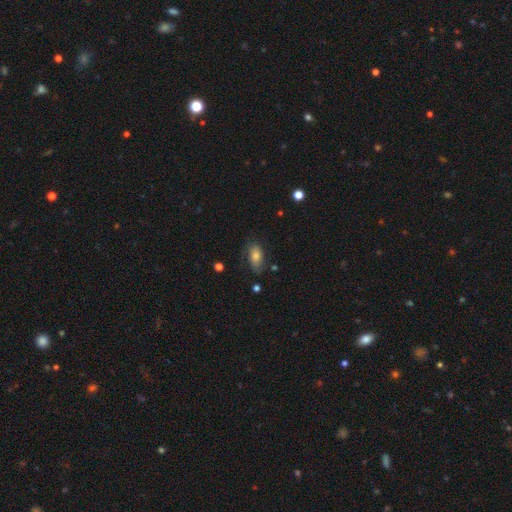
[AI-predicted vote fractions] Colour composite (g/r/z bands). It shows a smooth galaxy with no disk features (63%) that is in between round and cigar-shaped (88%). Merging: none (65%).